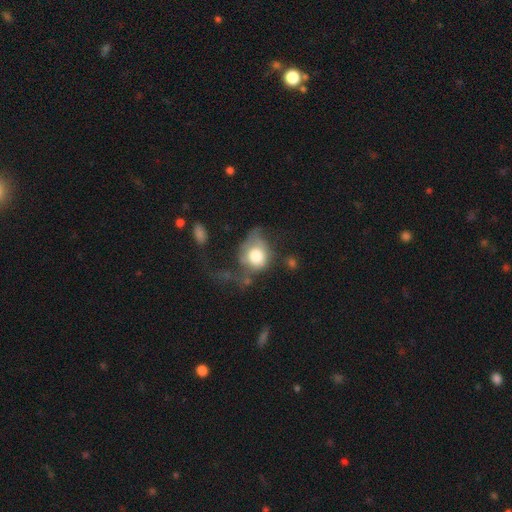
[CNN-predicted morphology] The model was most divided on "how rounded": round: 62%, in between: 36%, cigar-shaped: 1%. Remaining: smooth or featured — smooth (63%); merging — major disturbance (49%).